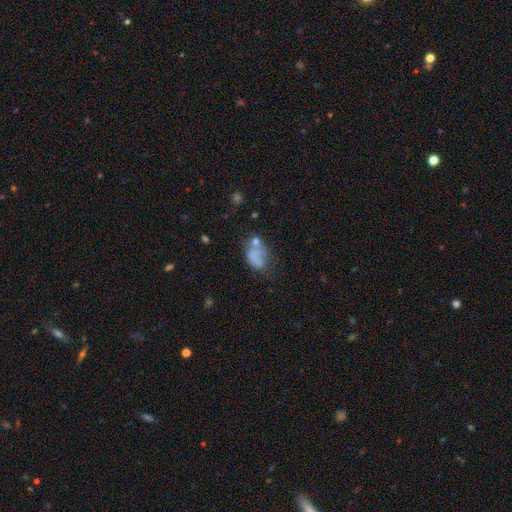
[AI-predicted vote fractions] Morphology: type=smooth (64%); roundness=in between (79%); merging=none (30%).